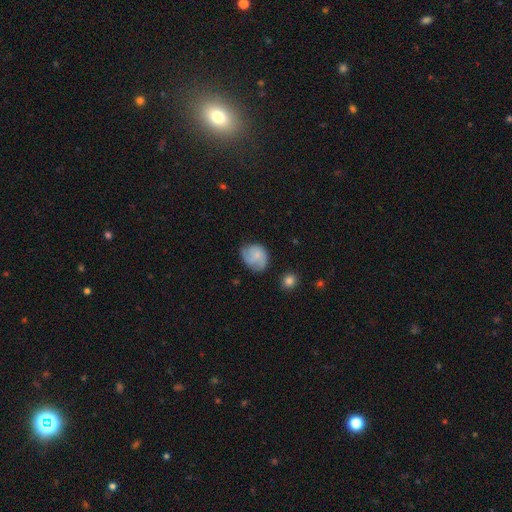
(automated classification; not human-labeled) Overall: smooth (58%; featured or disk 35%). How rounded: round (58%; in between 41%). Merging: none (54%; minor disturbance 32%).